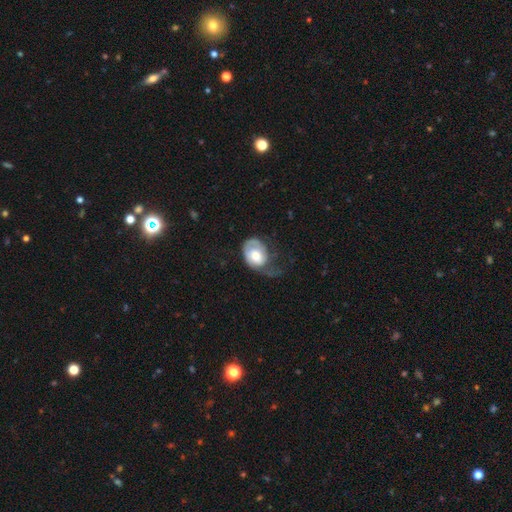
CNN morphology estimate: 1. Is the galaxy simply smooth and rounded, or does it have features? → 48% smooth, 46% featured or disk, 6% star or artifact.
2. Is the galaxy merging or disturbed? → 46% major disturbance, 29% minor disturbance, 23% none, 2% merger.